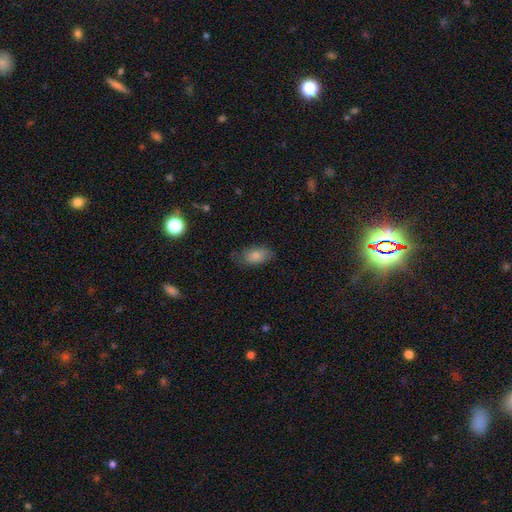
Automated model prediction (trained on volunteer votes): Smooth or featured: smooth — 84% (featured or disk — 8%)
How rounded: in between — 92% (round — 5%)
Merging: none — 71% (minor disturbance — 22%)